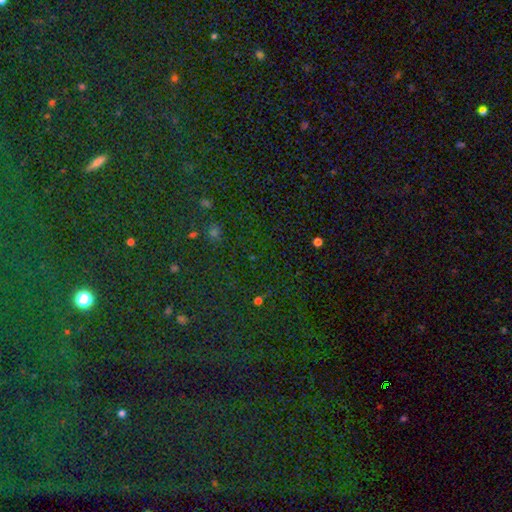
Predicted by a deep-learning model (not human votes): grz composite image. It shows a star or artifact, not a galaxy (81%).